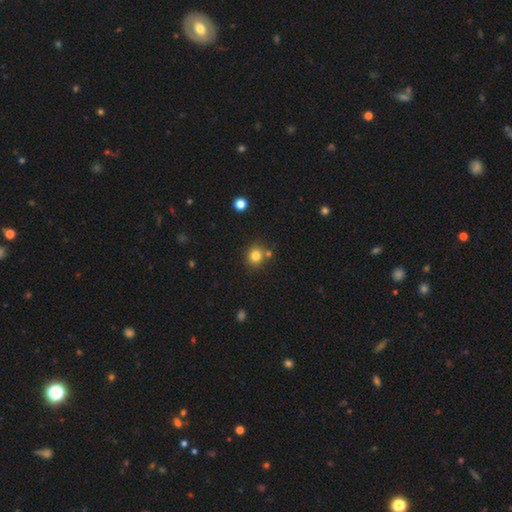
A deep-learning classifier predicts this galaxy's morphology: smooth 81%, star or artifact 13%, featured or disk 6%. Down the decision tree: how rounded — round (85%); merging — none (74%).